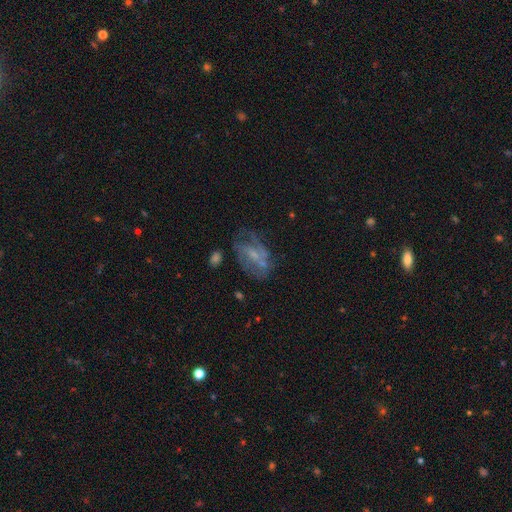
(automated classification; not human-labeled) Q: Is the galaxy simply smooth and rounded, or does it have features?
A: featured or disk — 66%.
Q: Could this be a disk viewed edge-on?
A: no — 96%.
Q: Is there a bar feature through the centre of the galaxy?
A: no — 47%.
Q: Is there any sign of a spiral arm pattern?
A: yes — 64%.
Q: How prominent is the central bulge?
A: small — 55%.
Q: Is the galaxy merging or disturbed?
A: none — 48%.